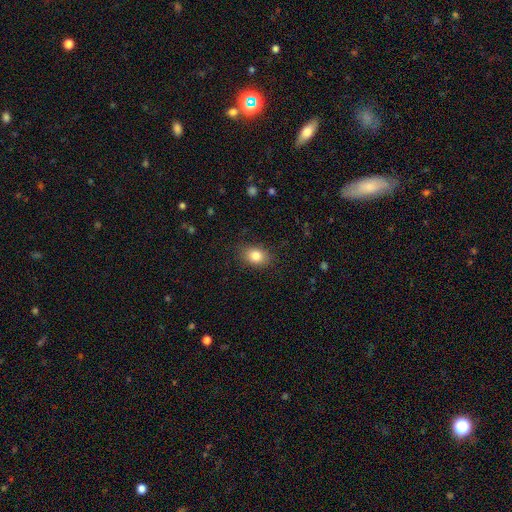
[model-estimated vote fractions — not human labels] Smooth or featured?
  - smooth: 84% *
  - star or artifact: 9%
  - featured or disk: 7%
How rounded?
  - in between: 72% *
  - round: 27%
  - cigar-shaped: 1%
Merging?
  - none: 85% *
  - minor disturbance: 11%
  - major disturbance: 3%
  - merger: 1%